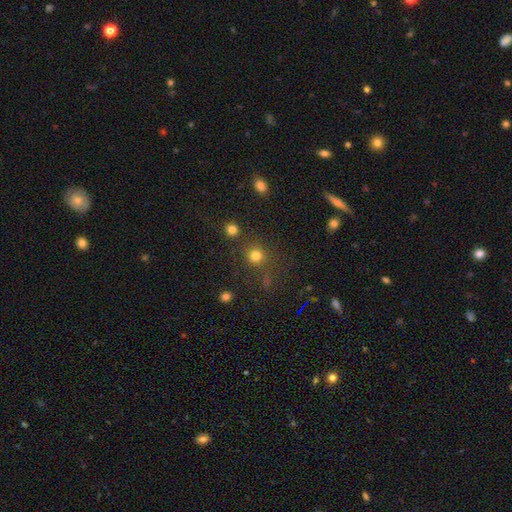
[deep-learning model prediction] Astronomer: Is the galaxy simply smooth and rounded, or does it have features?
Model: smooth — 77%.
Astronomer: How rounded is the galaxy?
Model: round — 92%.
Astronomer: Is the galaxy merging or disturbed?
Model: none — 79%.